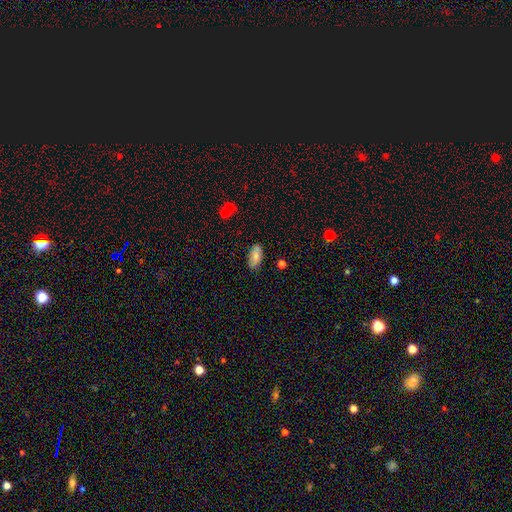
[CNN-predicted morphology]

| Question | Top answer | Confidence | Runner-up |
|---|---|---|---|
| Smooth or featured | smooth | 74% | featured or disk (19%) |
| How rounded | in between | 91% | cigar-shaped (7%) |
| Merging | none | 79% | minor disturbance (16%) |